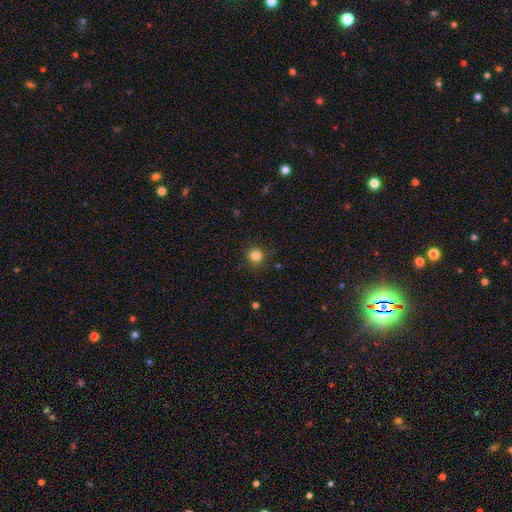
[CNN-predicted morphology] smooth 83%, star or artifact 12%, featured or disk 4%. Down the decision tree: how rounded — round (94%); merging — none (89%).